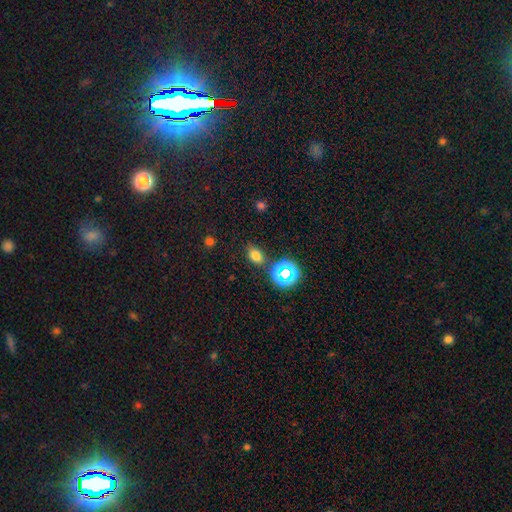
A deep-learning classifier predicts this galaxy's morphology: smooth 69%, star or artifact 23%, featured or disk 8%. Down the decision tree: how rounded — in between (76%); merging — none (76%).